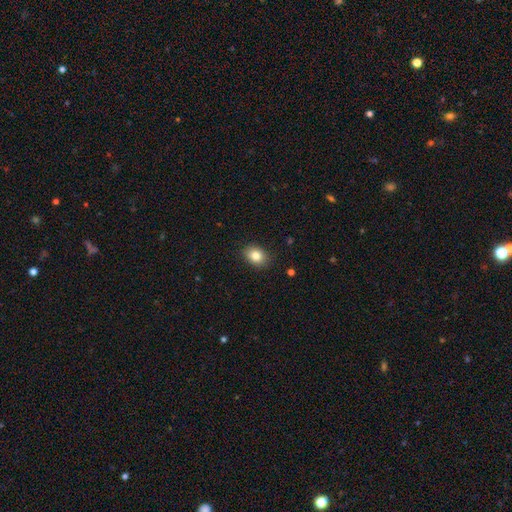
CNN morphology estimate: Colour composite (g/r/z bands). It shows a smooth galaxy with no disk features (83%) that is in between round and cigar-shaped (65%). Merging: none (88%).